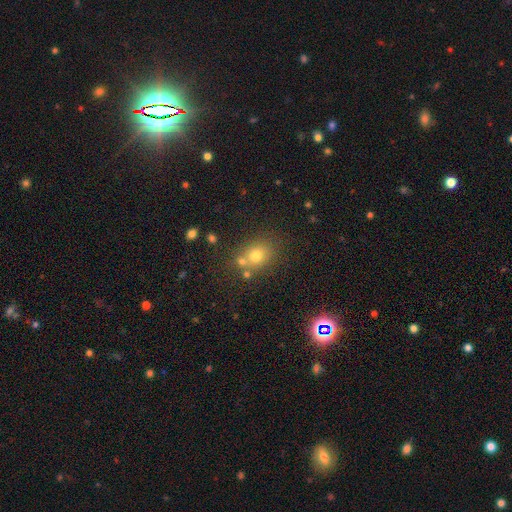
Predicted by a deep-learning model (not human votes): smooth 70%, star or artifact 17%, featured or disk 13%. Down the decision tree: how rounded — round (64%); merging — none (63%).